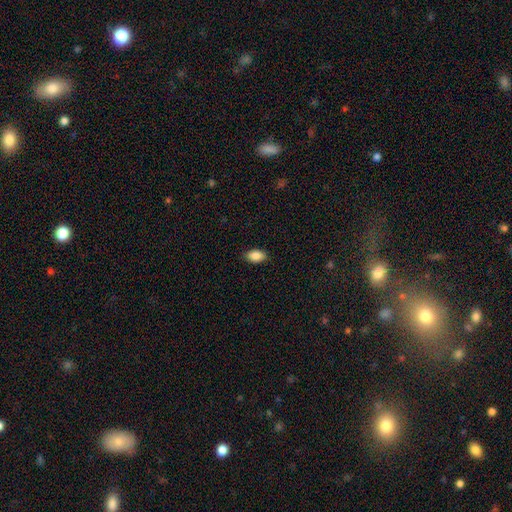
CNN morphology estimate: Overall: smooth (88%). How rounded: in between (90%). Merging: none (86%).